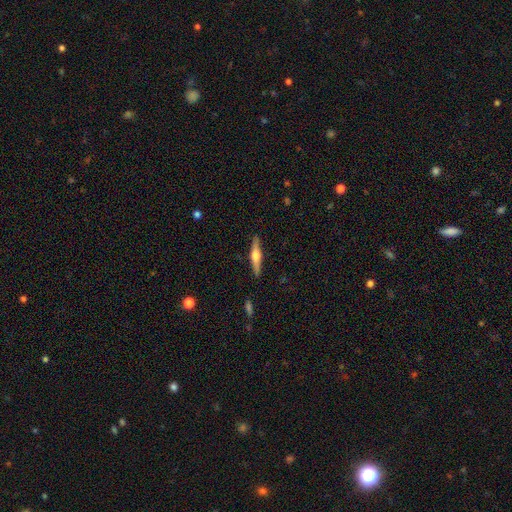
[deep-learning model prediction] Morphology: type=featured or disk (66%); edge-on=yes (97%); edge-on bulge=rounded (91%); merging=none (90%).